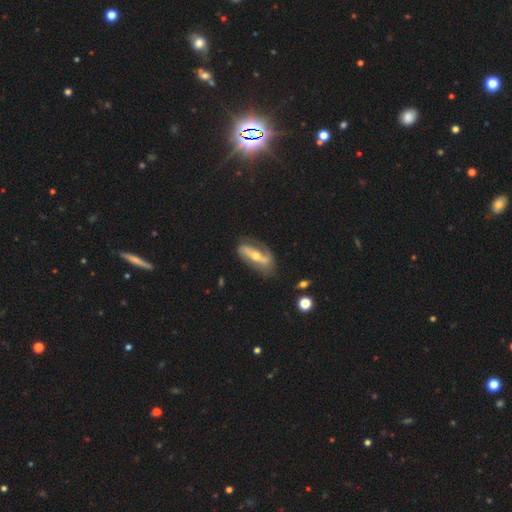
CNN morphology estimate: This is likely a featured or disk galaxy (75%). It is clearly not viewed edge-on (83%). Bar: possibly strong (51%). Spiral arm pattern: likely yes (78%). Central bulge: possibly moderate (59%). Merging: possibly none (60%).